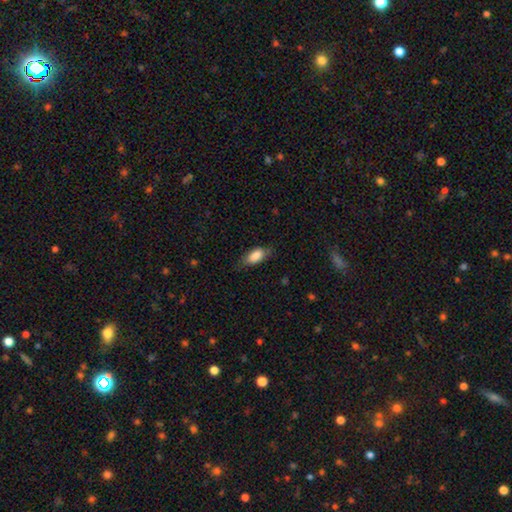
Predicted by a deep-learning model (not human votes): Smooth or featured? smooth (82%)
How rounded? in between (85%)
Merging? none (74%)